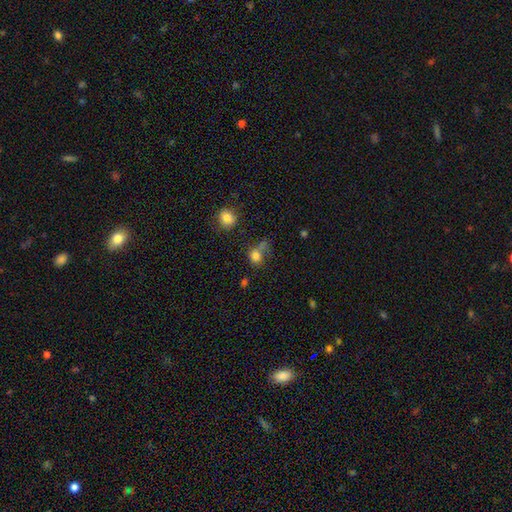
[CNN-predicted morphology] Smooth or featured: smooth — 80% (star or artifact — 13%)
How rounded: round — 61% (in between — 38%)
Merging: none — 50% (merger — 22%)